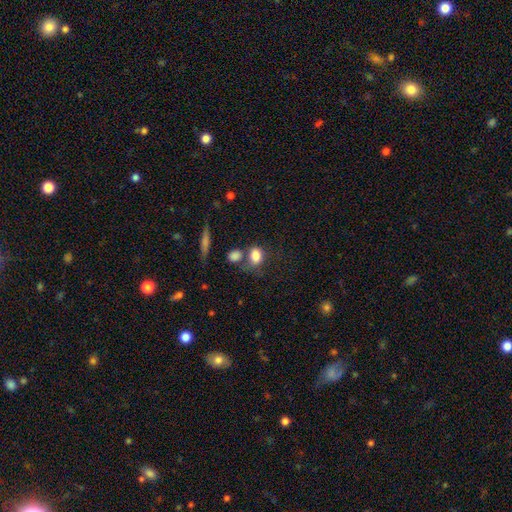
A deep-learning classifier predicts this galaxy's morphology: Smooth or featured? smooth (82%)
How rounded? in between (69%)
Merging? none (49%)